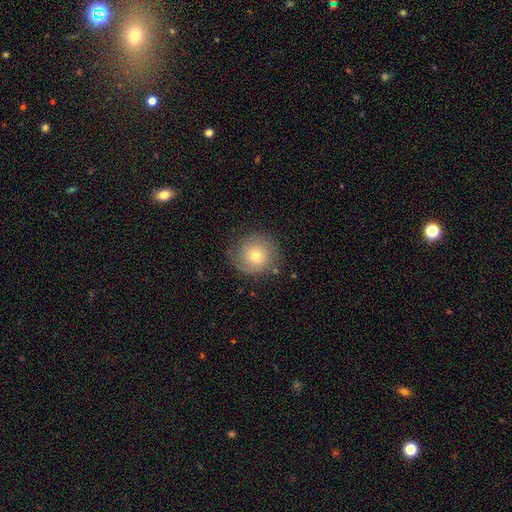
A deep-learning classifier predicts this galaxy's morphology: smooth-or-featured: smooth: 60% | featured or disk: 30% | star or artifact: 10%
  how-rounded: round: 92% | in between: 7% | cigar-shaped: 1%
  merging: none: 79% | minor disturbance: 14% | major disturbance: 5% | merger: 2%